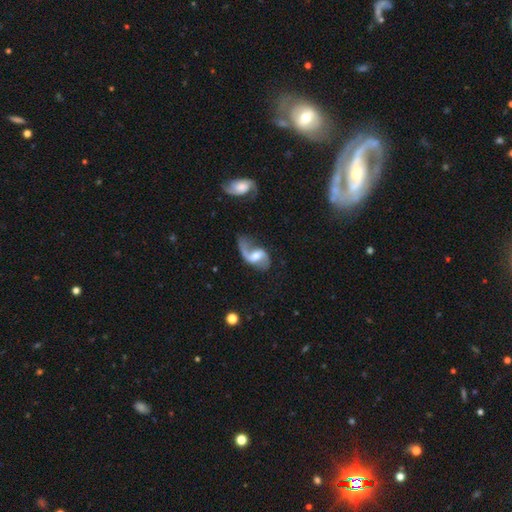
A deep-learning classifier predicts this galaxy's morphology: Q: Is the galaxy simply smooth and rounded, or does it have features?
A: featured or disk — 83%.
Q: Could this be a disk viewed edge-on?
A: no — 97%.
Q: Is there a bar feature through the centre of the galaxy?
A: weak — 49%.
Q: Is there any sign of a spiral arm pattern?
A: yes — 94%.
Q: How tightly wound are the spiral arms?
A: loose — 71%.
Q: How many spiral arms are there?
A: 2 — 79%.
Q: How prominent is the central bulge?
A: moderate — 60%.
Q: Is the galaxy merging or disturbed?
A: none — 48%.